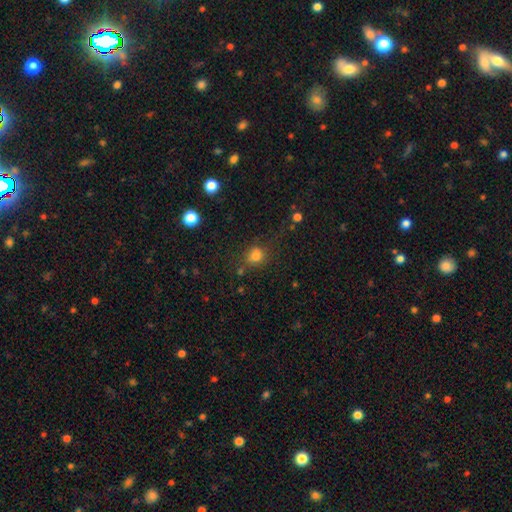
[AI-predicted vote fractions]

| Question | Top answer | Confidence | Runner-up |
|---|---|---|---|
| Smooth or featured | smooth | 78% | star or artifact (14%) |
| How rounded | round | 78% | in between (21%) |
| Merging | none | 69% | minor disturbance (16%) |